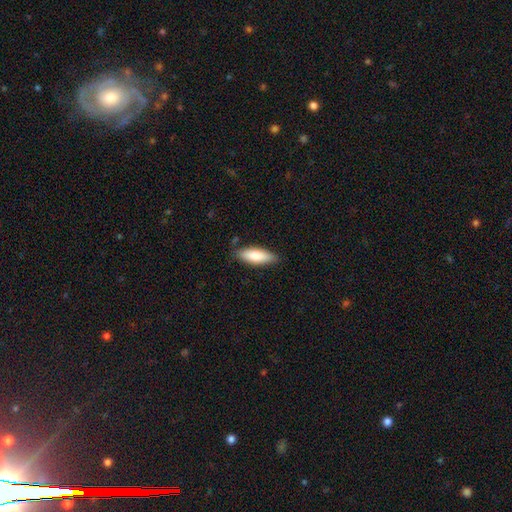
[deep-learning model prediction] Smooth or featured: smooth — 82% (featured or disk — 12%)
How rounded: in between — 59% (cigar-shaped — 40%)
Merging: none — 83% (minor disturbance — 13%)